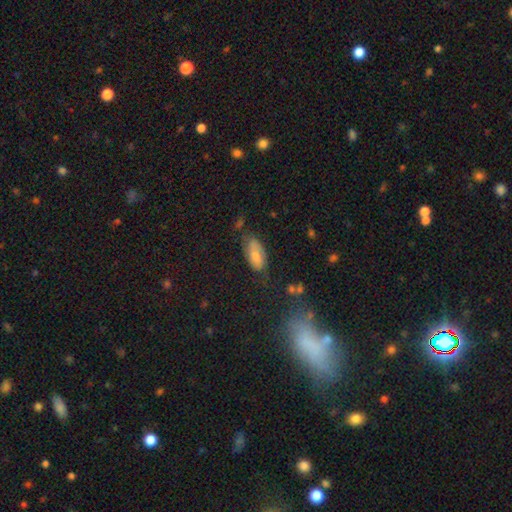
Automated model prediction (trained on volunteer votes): smooth 67%, featured or disk 24%, star or artifact 9%. Down the decision tree: how rounded — in between (90%); merging — none (57%).